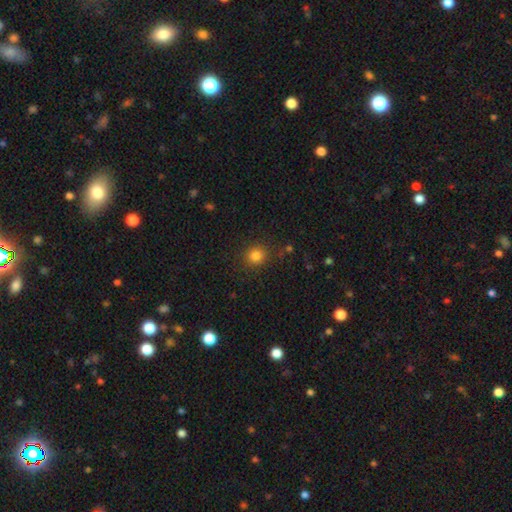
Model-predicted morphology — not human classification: type=smooth (81%); roundness=round (85%); merging=none (85%).